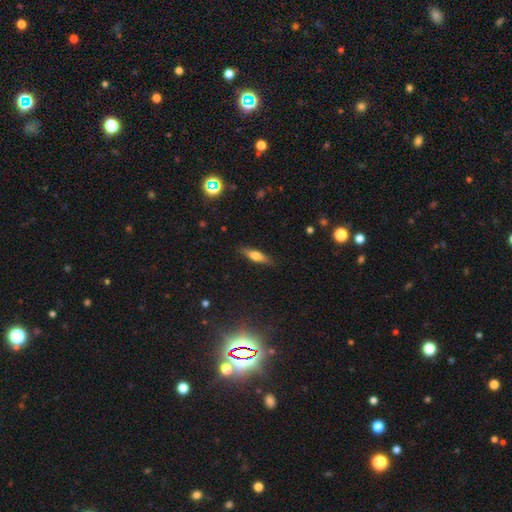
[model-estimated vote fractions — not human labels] This appears to be a smooth galaxy with no disk features (47%). Merging: none (88%).